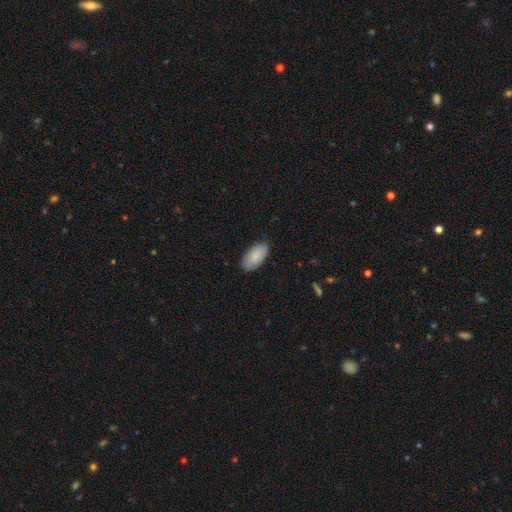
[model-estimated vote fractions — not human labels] This is clearly a smooth galaxy (81%). How rounded: clearly in between (94%). Merging: likely none (78%).